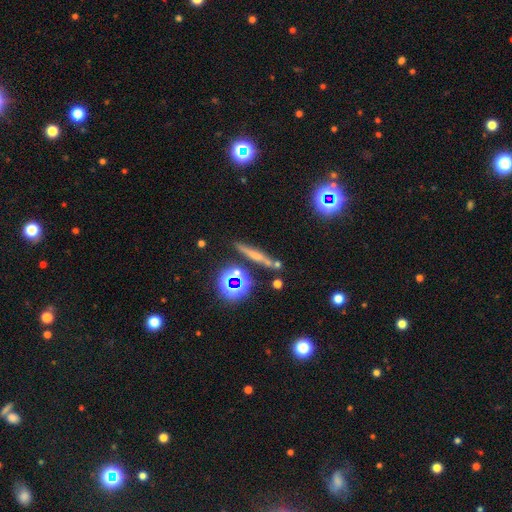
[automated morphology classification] smooth_or_featured: smooth (p=0.41) [alt: featured or disk p=0.36]
merging: none (p=0.77) [alt: minor disturbance p=0.11]